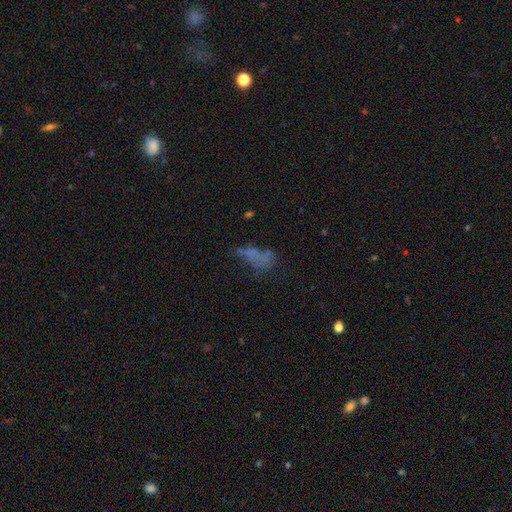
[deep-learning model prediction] smooth-or-featured: smooth: 45% | featured or disk: 32% | star or artifact: 22%
  merging: none: 36% | major disturbance: 33% | minor disturbance: 21% | merger: 10%